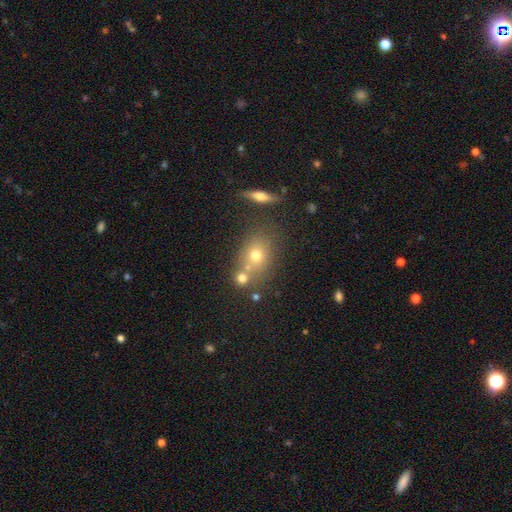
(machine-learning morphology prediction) Smooth or featured?
  - smooth: 65% *
  - featured or disk: 19%
  - star or artifact: 16%
How rounded?
  - round: 51% *
  - in between: 46%
  - cigar-shaped: 3%
Merging?
  - none: 55% *
  - merger: 28%
  - minor disturbance: 12%
  - major disturbance: 5%